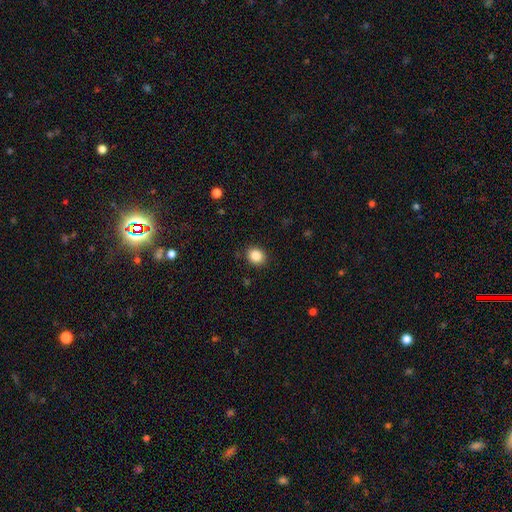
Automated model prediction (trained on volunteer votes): This appears to be a smooth galaxy with no disk features (87%) that is round (63%). Merging: none (89%).